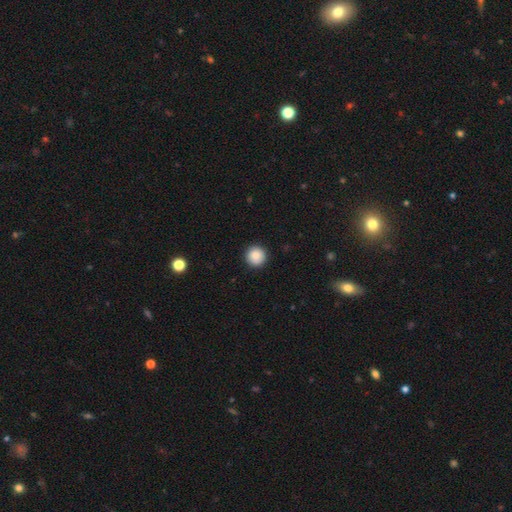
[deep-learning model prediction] A smooth galaxy with no disk features (88%) that is round (96%).

Vote fractions:
- Smooth or featured? smooth: 88% / star or artifact: 8% / featured or disk: 4%
- How rounded? round: 96% / in between: 3% / cigar-shaped: 1%
- Merging? none: 92% / minor disturbance: 5% / major disturbance: 2% / merger: 1%